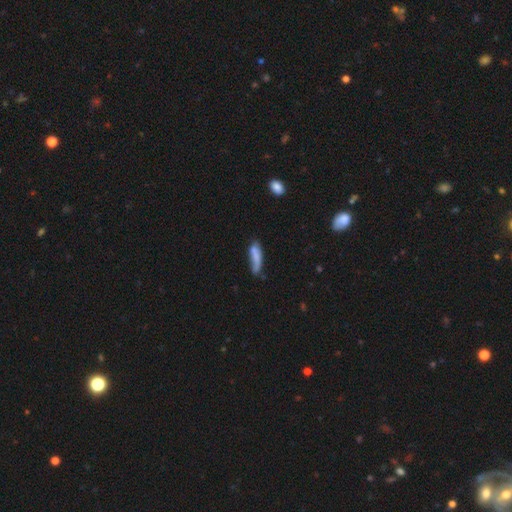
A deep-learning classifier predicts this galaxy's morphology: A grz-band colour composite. It shows a smooth galaxy with no disk features (71%) that is cigar-shaped (62%). Merging: none (38%).